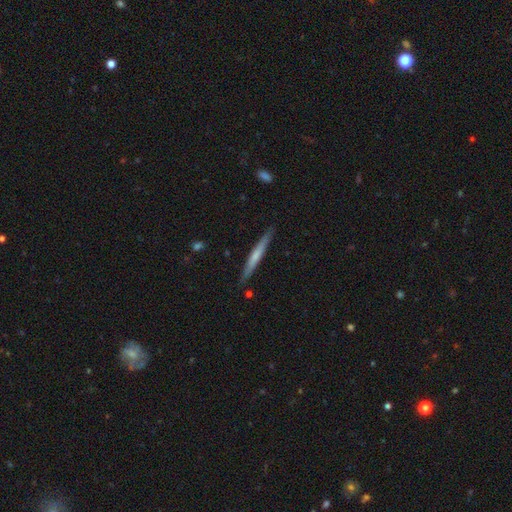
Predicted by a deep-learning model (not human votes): Smooth or featured? Predicted: smooth (p=0.48). Merging? Predicted: none (p=0.88).